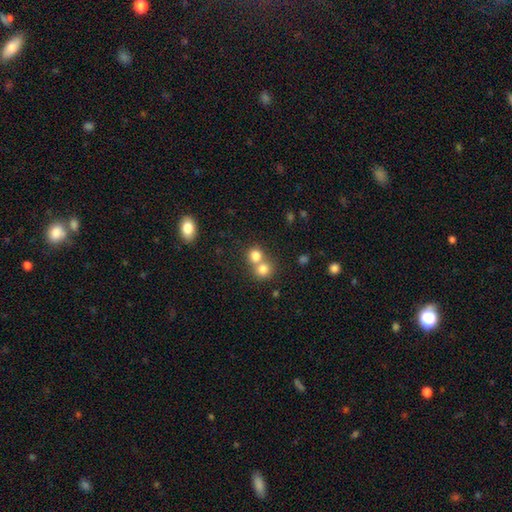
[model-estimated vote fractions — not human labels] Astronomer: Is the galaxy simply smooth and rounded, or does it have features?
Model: smooth — 78%.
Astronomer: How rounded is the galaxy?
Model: round — 83%.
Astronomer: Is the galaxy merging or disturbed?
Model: merger — 52% (runner-up: none, 41%).